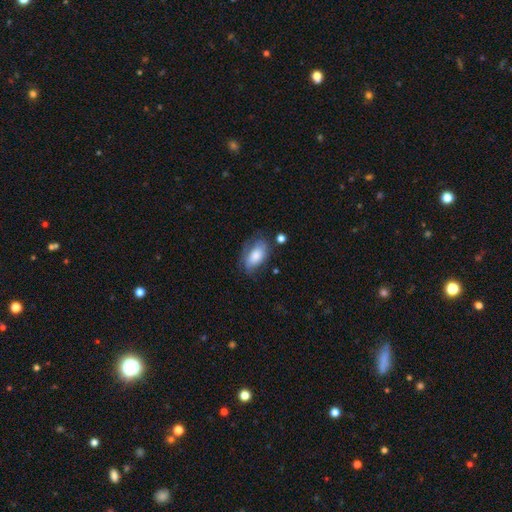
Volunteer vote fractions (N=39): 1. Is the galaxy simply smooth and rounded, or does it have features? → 64% smooth, 26% featured or disk, 10% star or artifact.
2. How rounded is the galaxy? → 92% in between, 4% round, 4% cigar-shaped.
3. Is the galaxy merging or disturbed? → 60% none, 29% minor disturbance, 11% major disturbance, 0% merger.